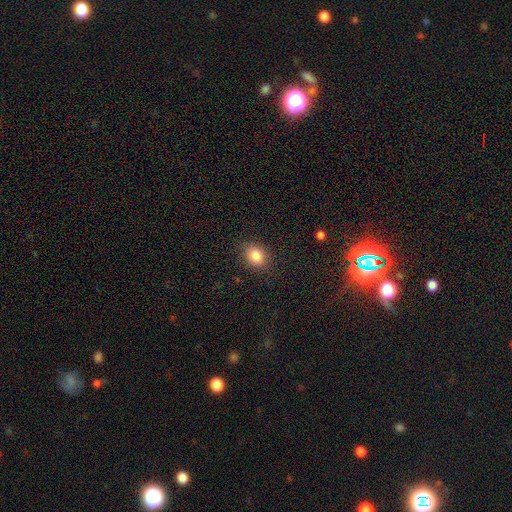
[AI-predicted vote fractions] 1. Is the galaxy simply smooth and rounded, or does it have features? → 84% smooth, 10% star or artifact, 6% featured or disk.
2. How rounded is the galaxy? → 56% in between, 42% round, 1% cigar-shaped.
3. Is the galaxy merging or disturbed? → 83% none, 13% minor disturbance, 3% major disturbance, 1% merger.